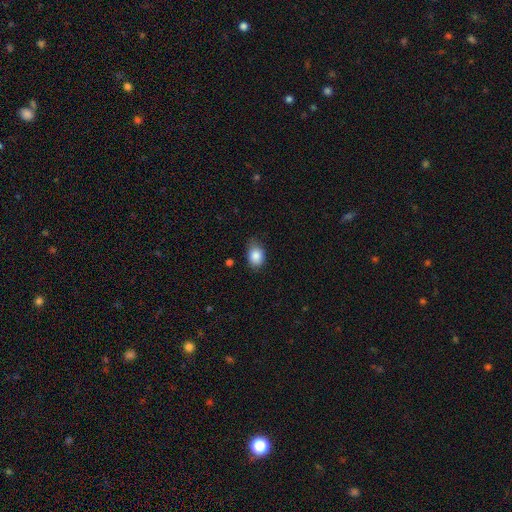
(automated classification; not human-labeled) This is clearly a smooth galaxy (87%). How rounded: likely in between (73%). Merging: likely none (70%).